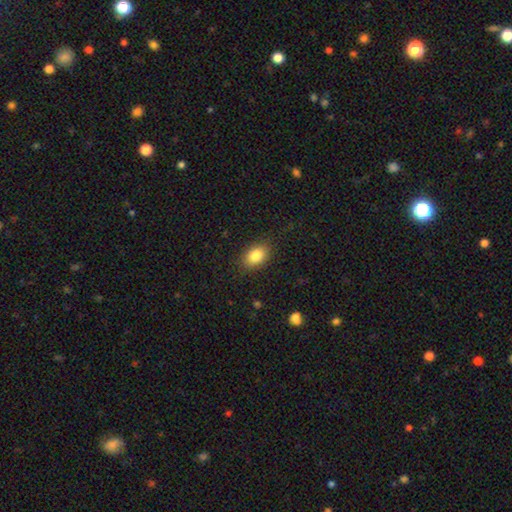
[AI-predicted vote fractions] This is clearly a smooth galaxy (84%). How rounded: clearly in between (85%). Merging: clearly none (85%).